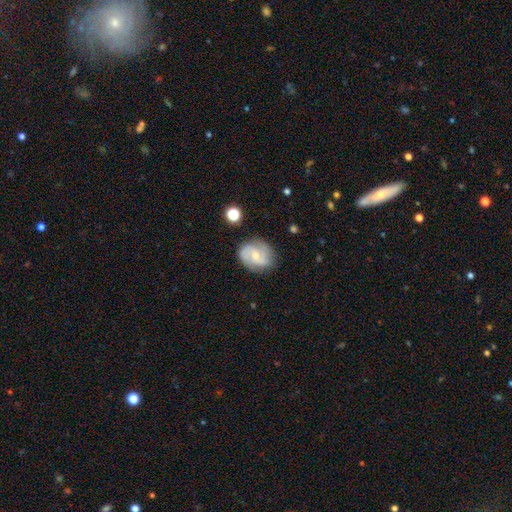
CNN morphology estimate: smooth-or-featured: featured or disk: 70% | smooth: 23% | star or artifact: 7%
  disk-edge-on: no: 97% | yes: 3%
    bar: no: 48% | weak: 43% | strong: 9%
    has-spiral-arms: yes: 92% | no: 8%
      spiral-winding: medium: 48% | tight: 28% | loose: 24%
      spiral-arm-count: 2: 75% | can't tell: 12% | 3: 7% | 1: 2% | 4: 2% | more than 4: 2%
    bulge-size: small: 58% | moderate: 37% | none: 2% | large: 1% | dominant: 1%
  merging: none: 77% | minor disturbance: 16% | major disturbance: 5% | merger: 2%